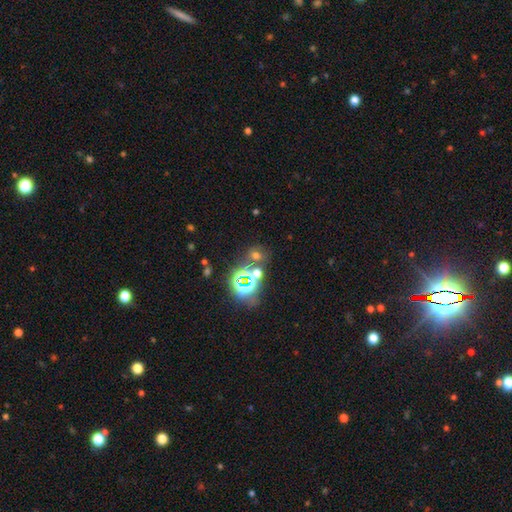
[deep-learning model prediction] Smooth or featured?
  - star or artifact: 45% * (tied)
  - smooth: 45% * (tied)
  - featured or disk: 10%